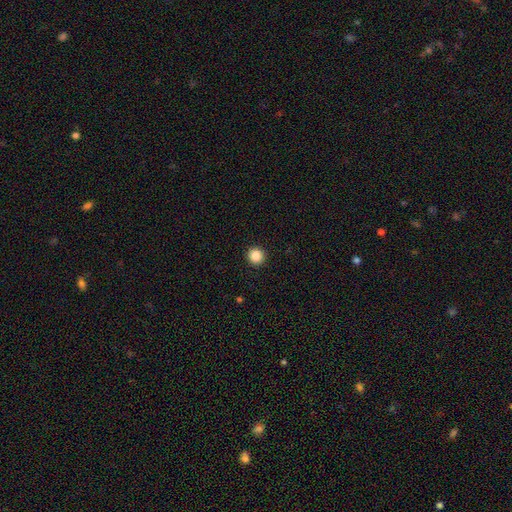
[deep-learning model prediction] Overall: smooth (87%). How rounded: round (95%). Merging: none (94%).